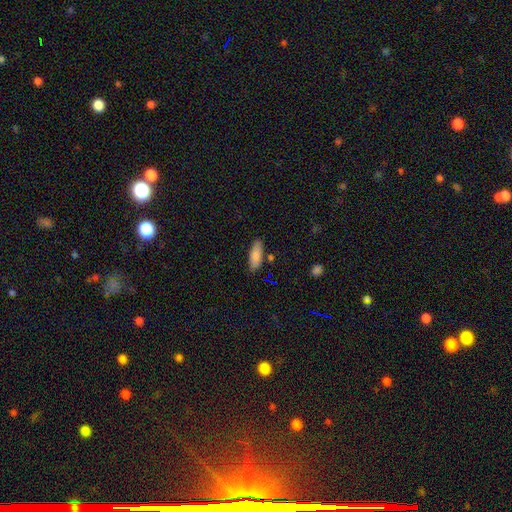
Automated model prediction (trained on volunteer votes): smooth 85%, featured or disk 8%, star or artifact 7%. Down the decision tree: how rounded — in between (66%); merging — none (83%).